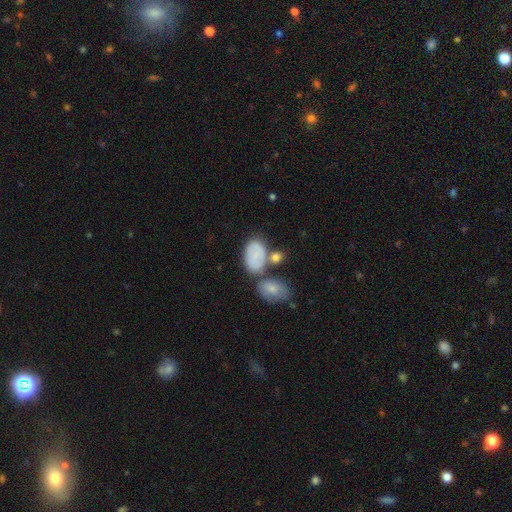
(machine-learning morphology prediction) Smooth or featured?
  - smooth: 74% *
  - featured or disk: 19%
  - star or artifact: 8%
How rounded?
  - in between: 90% *
  - round: 8%
  - cigar-shaped: 1%
Merging?
  - none: 46% *
  - merger: 29%
  - minor disturbance: 18%
  - major disturbance: 7%